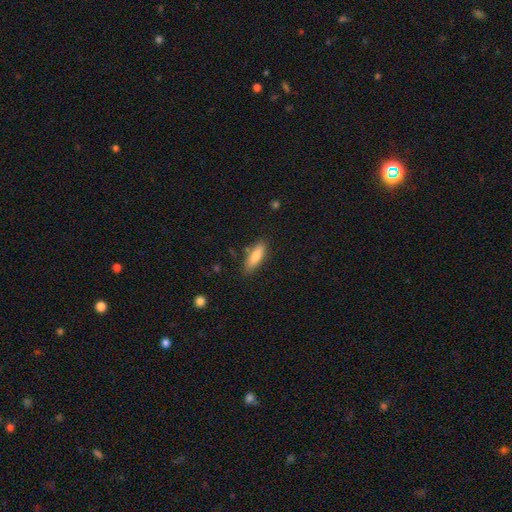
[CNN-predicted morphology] Smooth or featured? Predicted: smooth (p=0.80). How rounded? Predicted: in between (p=0.53). Merging? Predicted: none (p=0.80).